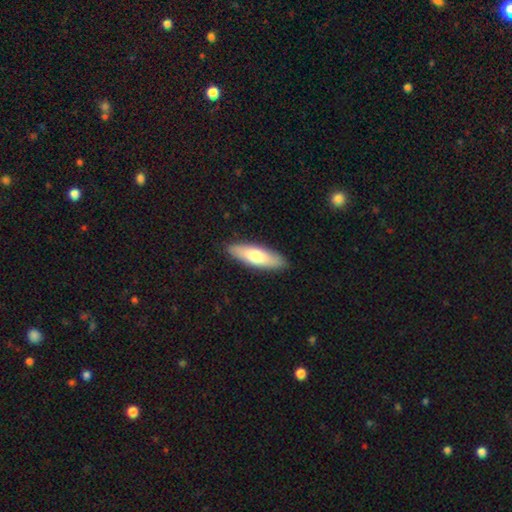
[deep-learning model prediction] smooth-or-featured: smooth: 72% | featured or disk: 23% | star or artifact: 5%
  how-rounded: cigar-shaped: 52% | in between: 46% | round: 2%
  merging: none: 88% | minor disturbance: 9% | major disturbance: 2% | merger: 1%